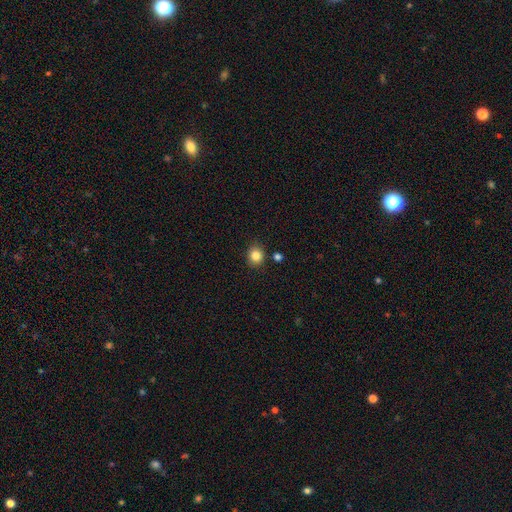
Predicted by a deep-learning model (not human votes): Q: Smooth or featured?
A: smooth (84%); runner-up: star or artifact (11%)
Q: How rounded?
A: round (81%); runner-up: in between (18%)
Q: Merging?
A: none (85%); runner-up: minor disturbance (9%)